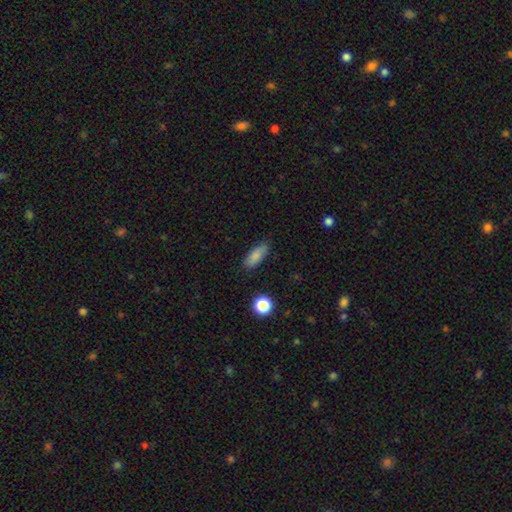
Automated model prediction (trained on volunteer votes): This appears to be a smooth galaxy with no disk features (83%) that is in between round and cigar-shaped (72%). Merging: none (83%).